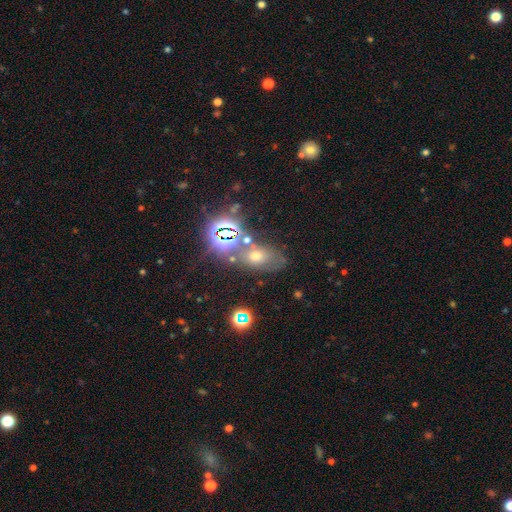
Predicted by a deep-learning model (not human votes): Overall: smooth (45%; star or artifact 36%). Merging: none (58%).